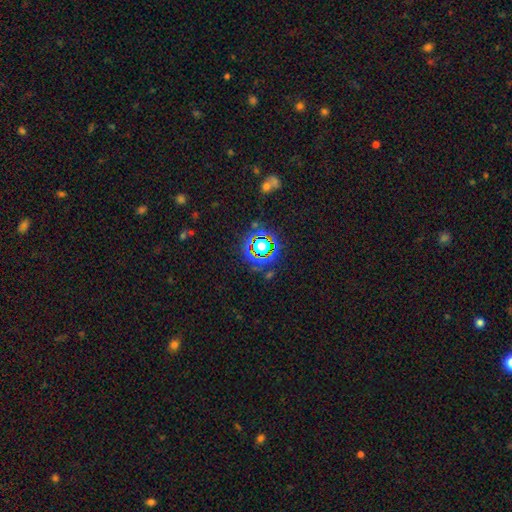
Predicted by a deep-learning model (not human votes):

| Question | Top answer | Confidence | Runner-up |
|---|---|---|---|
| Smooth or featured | star or artifact | 61% | smooth (27%) |